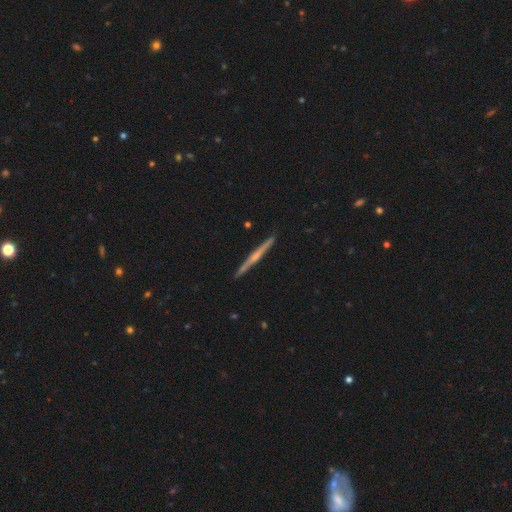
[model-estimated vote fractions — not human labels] smooth_or_featured: featured or disk (p=0.70) [alt: smooth p=0.24]
disk_edge_on: yes (p=0.98) [alt: no p=0.02]
edge_on_bulge: rounded (p=0.60) [alt: none p=0.32]
merging: none (p=0.92) [alt: minor disturbance p=0.06]